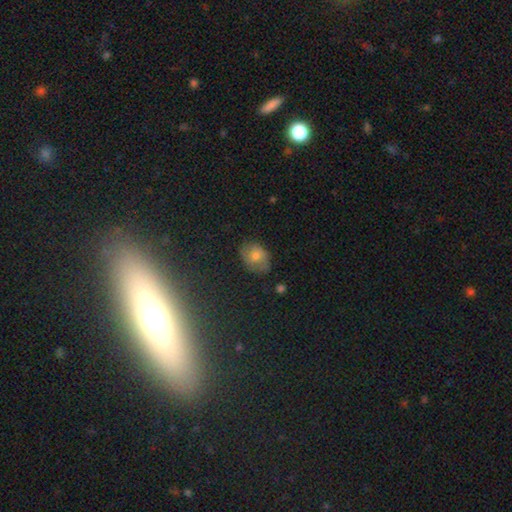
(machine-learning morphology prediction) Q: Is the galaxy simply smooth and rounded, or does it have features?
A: smooth — 62%.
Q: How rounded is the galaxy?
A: in between — 64%.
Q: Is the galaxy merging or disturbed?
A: none — 71%.